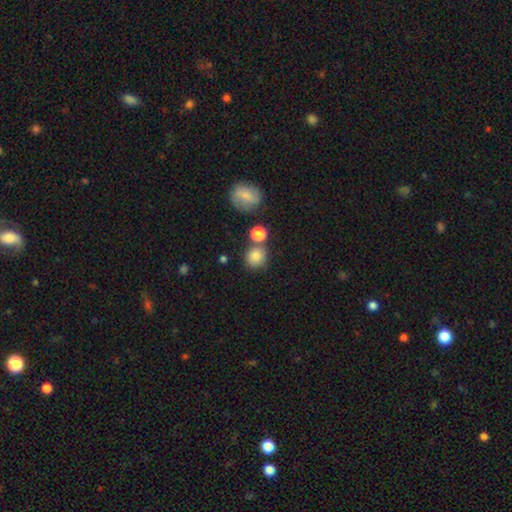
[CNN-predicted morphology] Smooth or featured?
  - smooth: 80% *
  - star or artifact: 11%
  - featured or disk: 9%
How rounded?
  - round: 86% *
  - in between: 13%
  - cigar-shaped: 1%
Merging?
  - none: 67% *
  - merger: 18%
  - minor disturbance: 11%
  - major disturbance: 4%